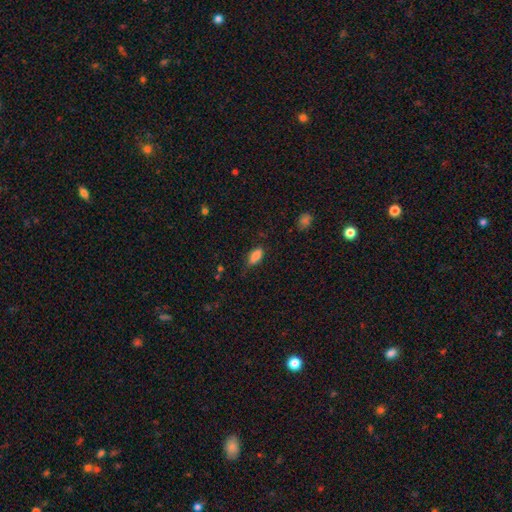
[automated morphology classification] The model was most divided on "merging": none: 67%, minor disturbance: 26%, major disturbance: 6%, merger: 2%. More confident: how rounded — in between (88%); smooth or featured — smooth (85%).